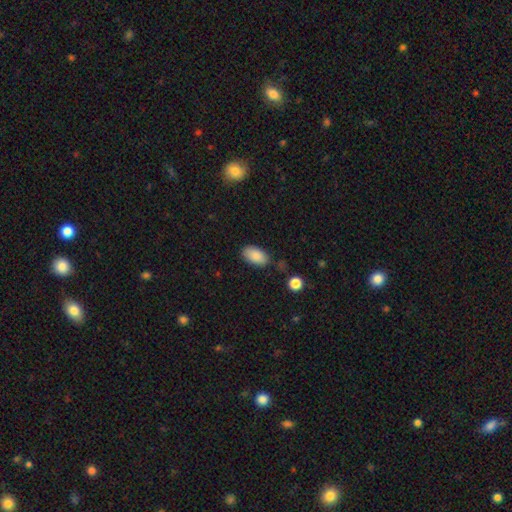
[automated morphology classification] Smooth or featured? smooth (88%)
How rounded? in between (94%)
Merging? none (77%)